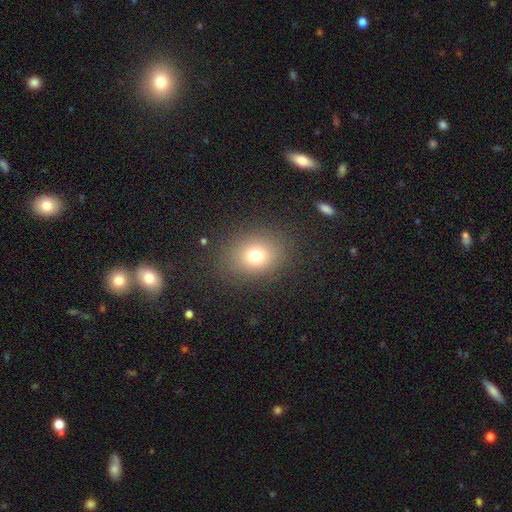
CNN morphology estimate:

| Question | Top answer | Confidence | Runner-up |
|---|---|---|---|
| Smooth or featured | smooth | 73% | star or artifact (16%) |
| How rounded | round | 58% | in between (41%) |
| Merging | none | 85% | minor disturbance (9%) |